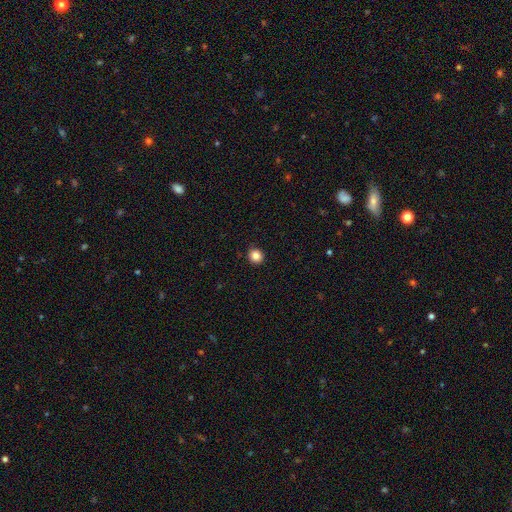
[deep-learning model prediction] Morphology: type=smooth (85%); roundness=round (90%); merging=none (91%).